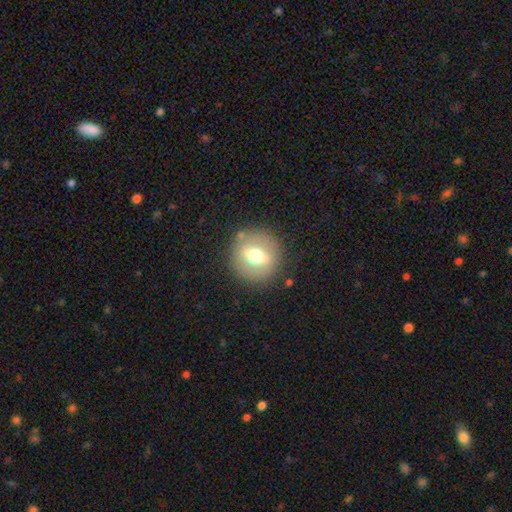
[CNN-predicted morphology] The model was most divided on "smooth or featured": smooth: 50%, featured or disk: 41%, star or artifact: 9%. More confident: how rounded — round (91%); merging — none (85%).